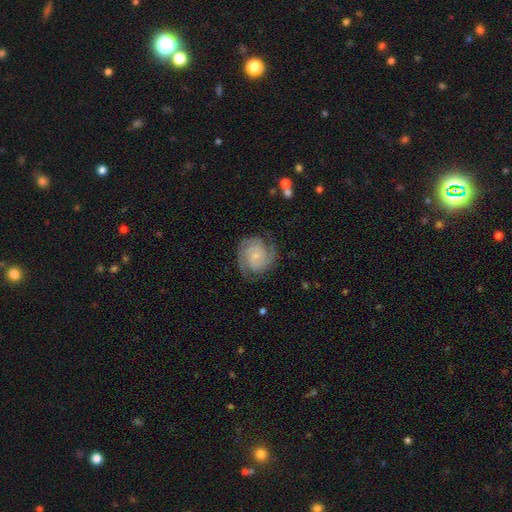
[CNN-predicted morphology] Smooth or featured? Predicted: featured or disk (p=0.87). Edge-on disk? Predicted: no (p=0.98). Bar? Predicted: no (p=0.64). Spiral arms? Predicted: yes (p=0.98). Spiral winding? Predicted: tight (p=0.57). Spiral arm count? Predicted: 2 (p=0.57). Bulge size? Predicted: small (p=0.74). Merging? Predicted: none (p=0.78).